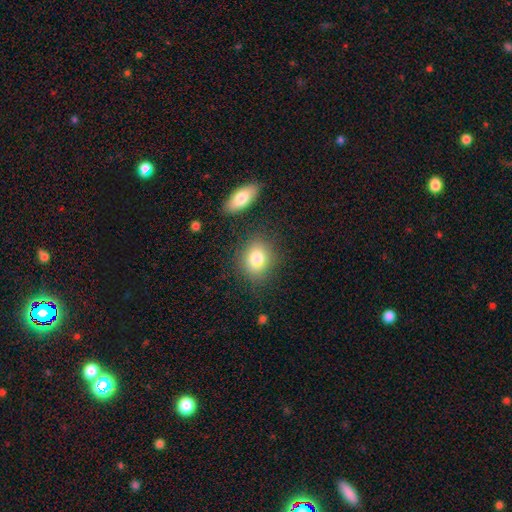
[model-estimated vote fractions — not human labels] The model was most divided on "how rounded": round: 49%, in between: 48%, cigar-shaped: 2%. More confident: merging — none (83%); smooth or featured — smooth (78%).